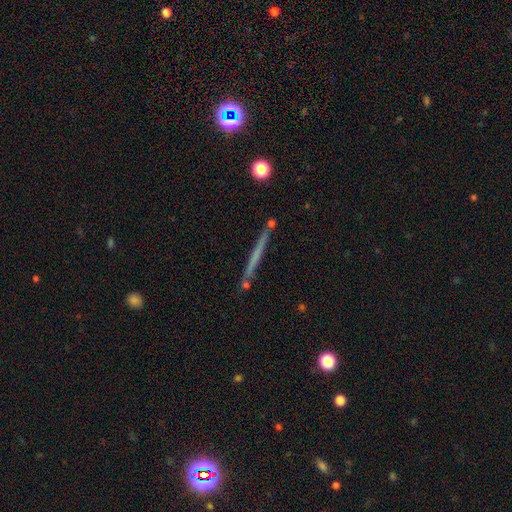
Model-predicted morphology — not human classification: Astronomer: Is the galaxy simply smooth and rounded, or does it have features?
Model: featured or disk — 48% (runner-up: smooth, 44%).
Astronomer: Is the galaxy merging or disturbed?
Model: none — 85%.